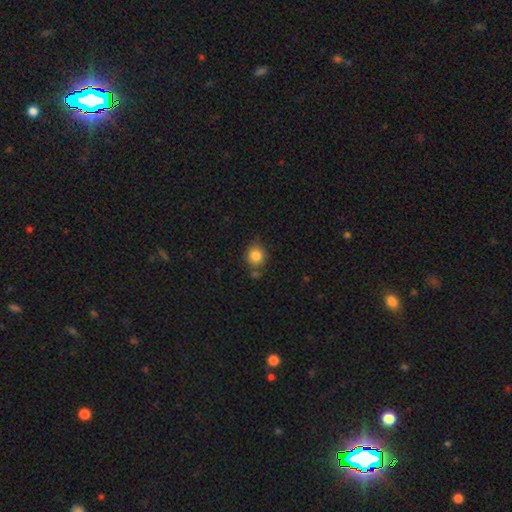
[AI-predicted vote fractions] A smooth galaxy with no disk features (84%) that is round (83%).

Vote fractions:
- Smooth or featured? smooth: 84% / star or artifact: 10% / featured or disk: 6%
- How rounded? round: 83% / in between: 16% / cigar-shaped: 1%
- Merging? none: 73% / minor disturbance: 15% / merger: 8% / major disturbance: 4%